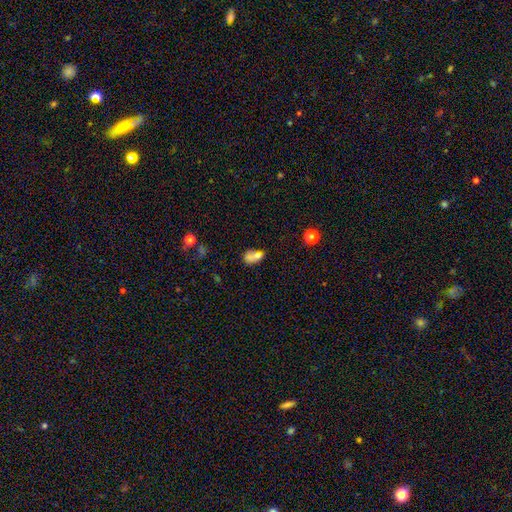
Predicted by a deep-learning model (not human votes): Overall: smooth (68%). How rounded: in between (73%). Merging: merger (39%; none 31%).